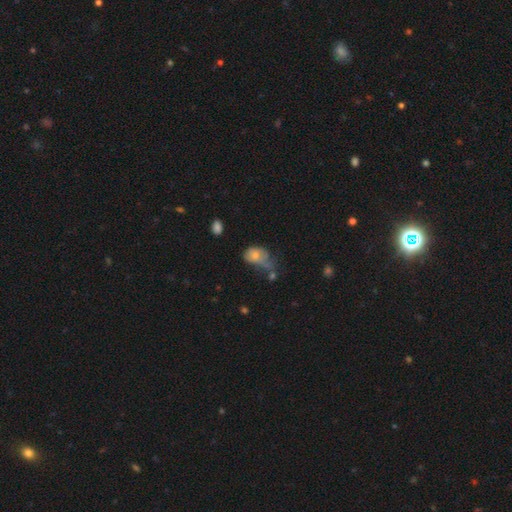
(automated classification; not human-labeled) Smooth or featured: smooth — 67% (featured or disk — 24%)
How rounded: in between — 79% (round — 19%)
Merging: major disturbance — 39% (minor disturbance — 28%)